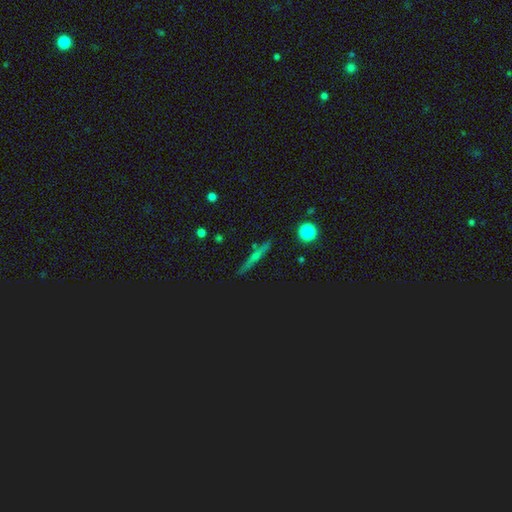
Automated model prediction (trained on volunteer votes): A featured or disk galaxy (40%). Merging: none (87%).